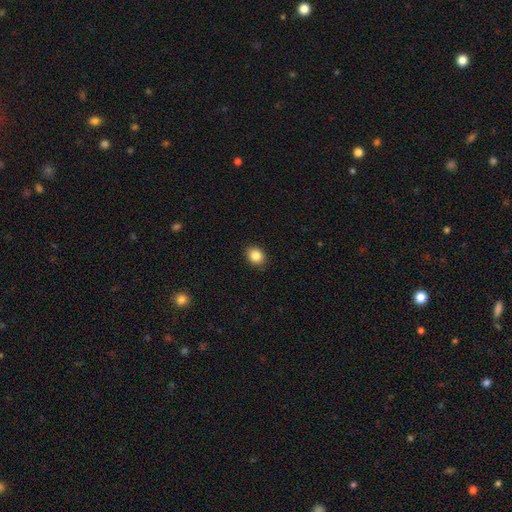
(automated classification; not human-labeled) This appears to be a smooth galaxy with no disk features (86%) that is round (54%). Merging: none (89%).